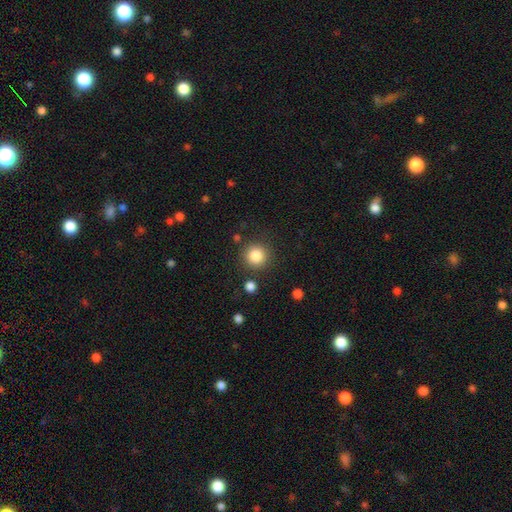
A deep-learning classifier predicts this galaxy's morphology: Overall: smooth (85%). How rounded: round (94%). Merging: none (87%).